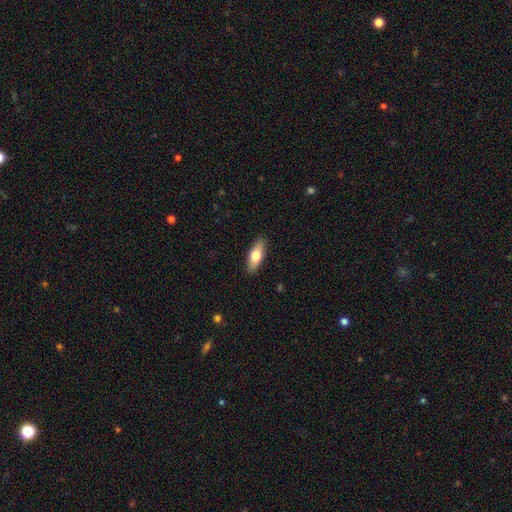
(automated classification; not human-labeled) Overall: smooth (69%). How rounded: in between (71%). Merging: none (89%).